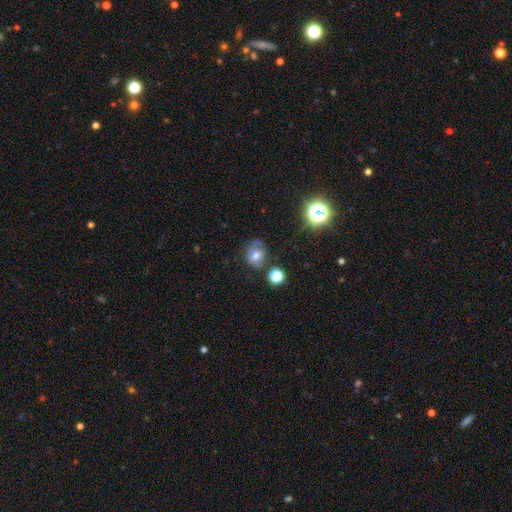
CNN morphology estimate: smooth_or_featured: smooth (p=0.60) [alt: featured or disk p=0.24]
how_rounded: round (p=0.53) [alt: in between p=0.46]
merging: none (p=0.55) [alt: minor disturbance p=0.27]